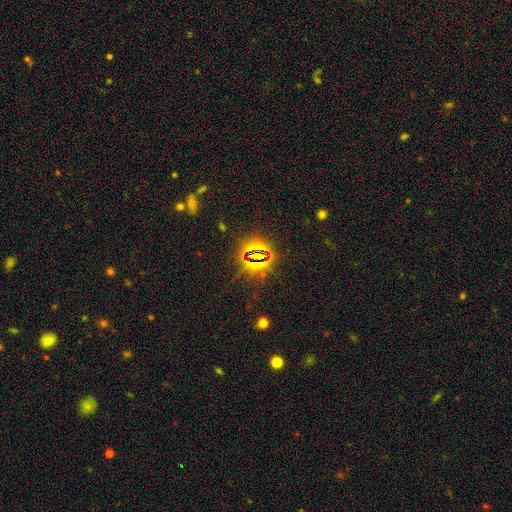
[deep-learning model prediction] A star or artifact, not a galaxy (79%).

Vote fractions:
- Smooth or featured? star or artifact: 79% / smooth: 13% / featured or disk: 8%